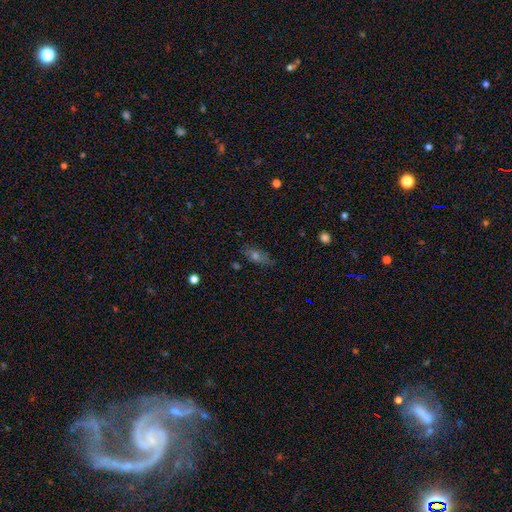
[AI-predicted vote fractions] The model was most divided on "smooth or featured": smooth: 45%, featured or disk: 34%, star or artifact: 21%. More confident: merging — none (77%).